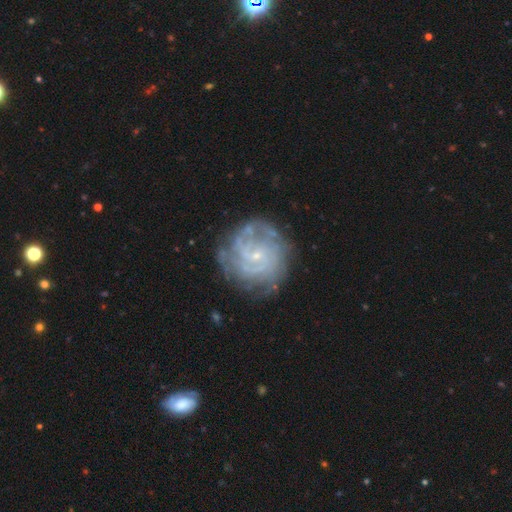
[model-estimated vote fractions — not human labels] This appears to be a featured or disk galaxy (82%) with no bar (66%), tight (64%) spiral arms (90%) and a small central bulge (83%). Merging: none (73%).